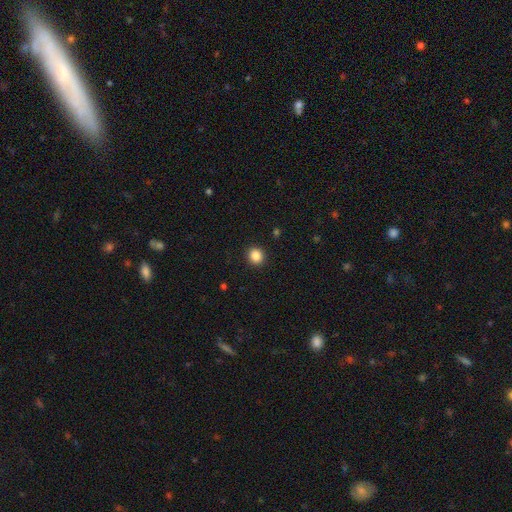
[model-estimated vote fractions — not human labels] Overall: smooth (86%). How rounded: round (86%). Merging: none (92%).